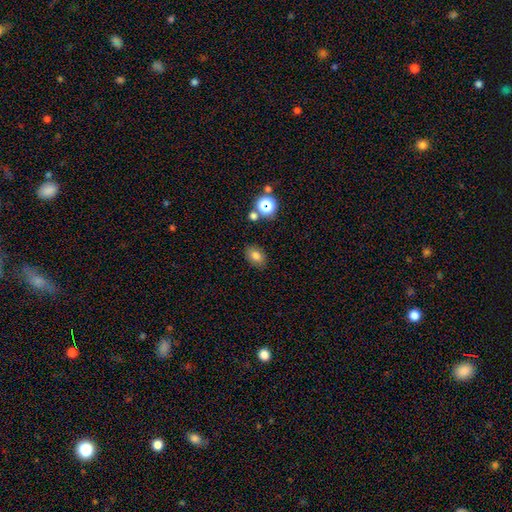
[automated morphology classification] Overall: smooth (78%). How rounded: in between (79%). Merging: none (83%).